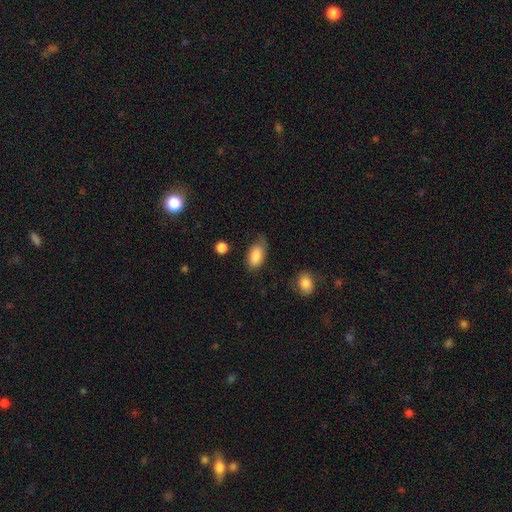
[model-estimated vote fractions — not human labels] Q: Smooth or featured?
A: smooth (82%); runner-up: featured or disk (11%)
Q: How rounded?
A: in between (92%); runner-up: round (5%)
Q: Merging?
A: none (55%); runner-up: minor disturbance (32%)